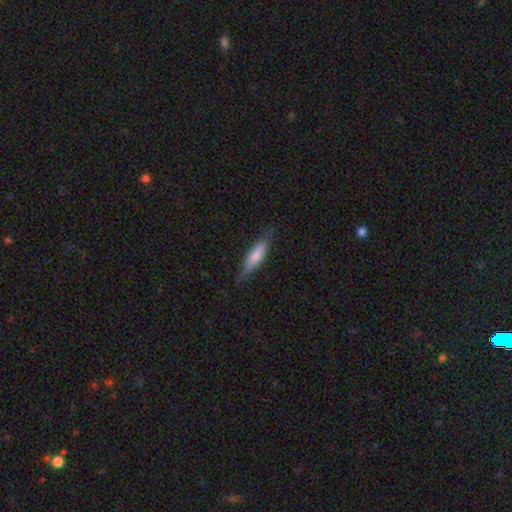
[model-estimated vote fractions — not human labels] Smooth or featured? Predicted: smooth (p=0.62). How rounded? Predicted: cigar-shaped (p=0.78). Merging? Predicted: none (p=0.79).